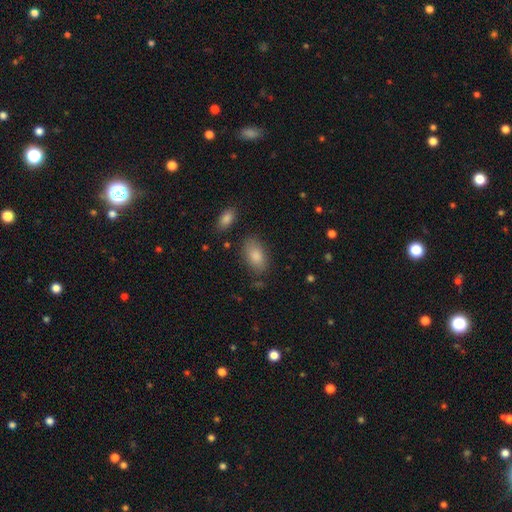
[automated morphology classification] Smooth or featured?
  - smooth: 85% *
  - featured or disk: 8%
  - star or artifact: 7%
How rounded?
  - in between: 92% *
  - round: 5%
  - cigar-shaped: 2%
Merging?
  - none: 77% *
  - minor disturbance: 15%
  - major disturbance: 4%
  - merger: 3%